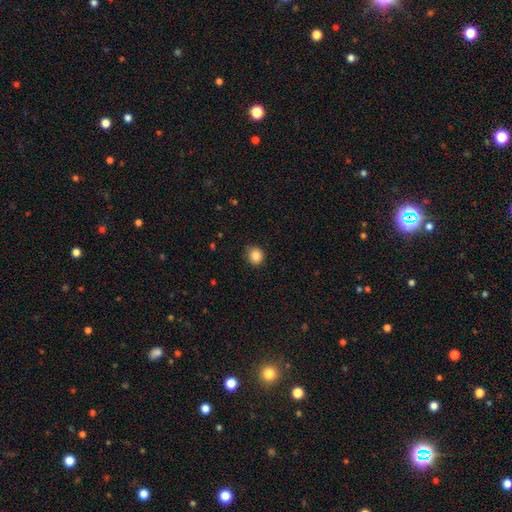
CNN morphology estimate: A smooth galaxy with no disk features (85%) that is round (85%). Merging: none (83%).